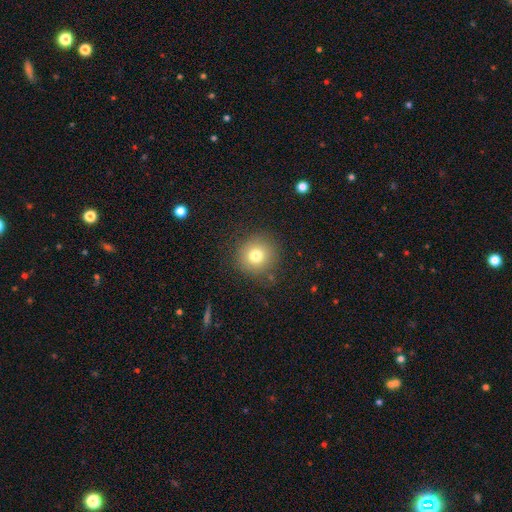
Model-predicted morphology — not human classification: smooth-or-featured: smooth: 77% | star or artifact: 13% | featured or disk: 11%
  how-rounded: round: 94% | in between: 5% | cigar-shaped: 1%
  merging: none: 87% | minor disturbance: 9% | major disturbance: 3% | merger: 1%